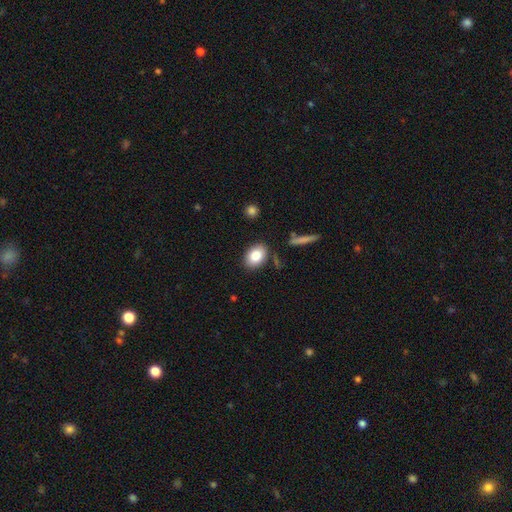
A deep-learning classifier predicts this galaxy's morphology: Smooth or featured? smooth (85%)
How rounded? in between (81%)
Merging? none (82%)